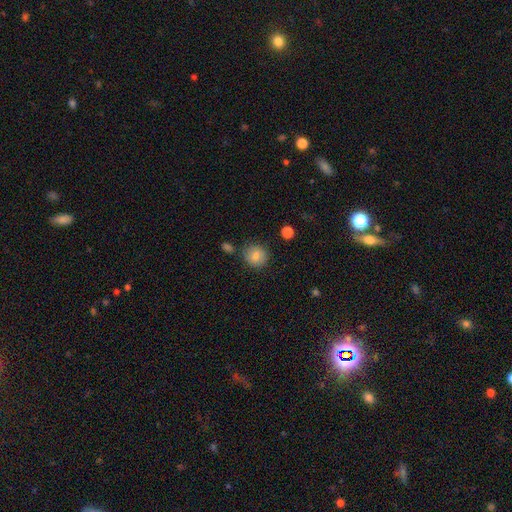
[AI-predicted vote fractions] Overall: smooth (81%). How rounded: round (87%). Merging: none (79%).